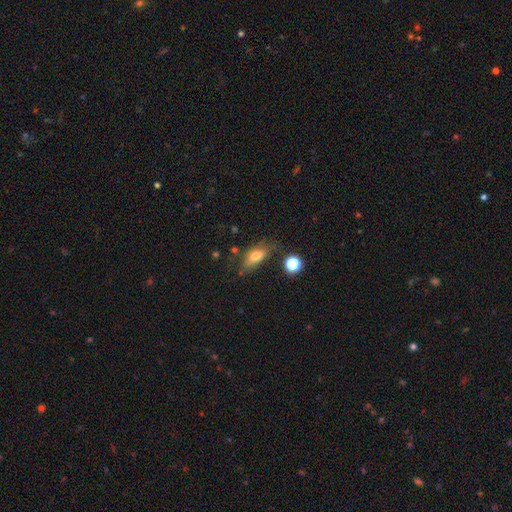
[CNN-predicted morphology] Q: Smooth or featured?
A: smooth (69%); runner-up: featured or disk (21%)
Q: How rounded?
A: in between (73%); runner-up: cigar-shaped (21%)
Q: Merging?
A: none (64%); runner-up: minor disturbance (22%)